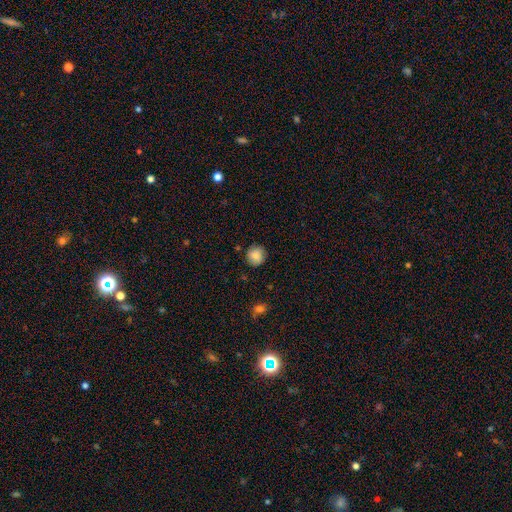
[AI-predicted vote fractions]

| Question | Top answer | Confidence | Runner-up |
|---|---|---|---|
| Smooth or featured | smooth | 83% | featured or disk (9%) |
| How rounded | round | 91% | in between (8%) |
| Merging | none | 86% | minor disturbance (10%) |